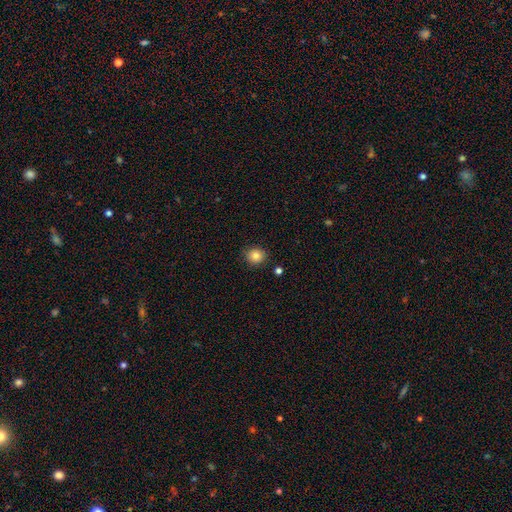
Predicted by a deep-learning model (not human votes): A smooth galaxy with no disk features (83%) that is round (86%).

Vote fractions:
- Smooth or featured? smooth: 83% / star or artifact: 11% / featured or disk: 6%
- How rounded? round: 86% / in between: 13% / cigar-shaped: 1%
- Merging? none: 87% / minor disturbance: 9% / merger: 2% / major disturbance: 2%